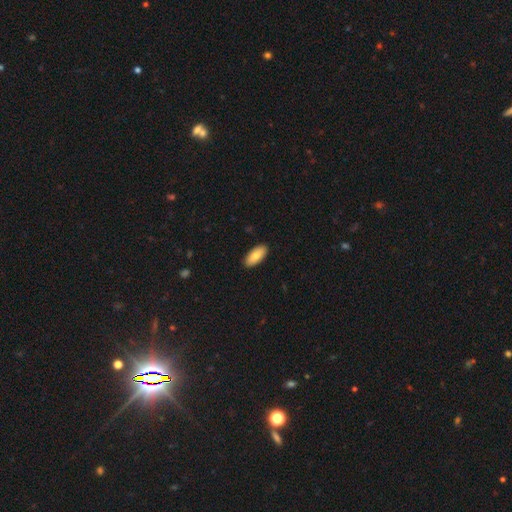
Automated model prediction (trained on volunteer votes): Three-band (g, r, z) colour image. It shows a smooth galaxy with no disk features (79%) that is in between round and cigar-shaped (89%). Merging: none (90%).